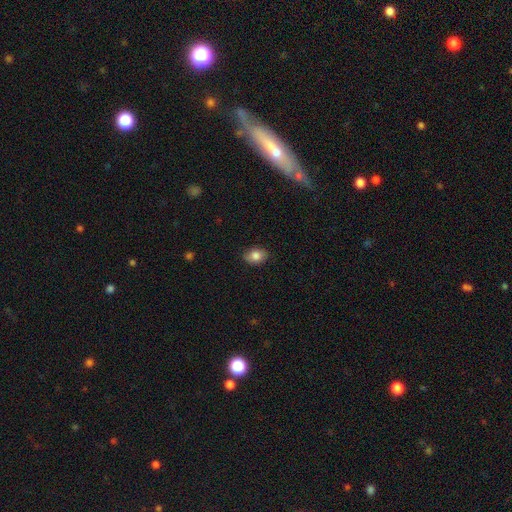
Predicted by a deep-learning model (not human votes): Smooth or featured? Predicted: smooth (p=0.85). How rounded? Predicted: in between (p=0.75). Merging? Predicted: none (p=0.87).